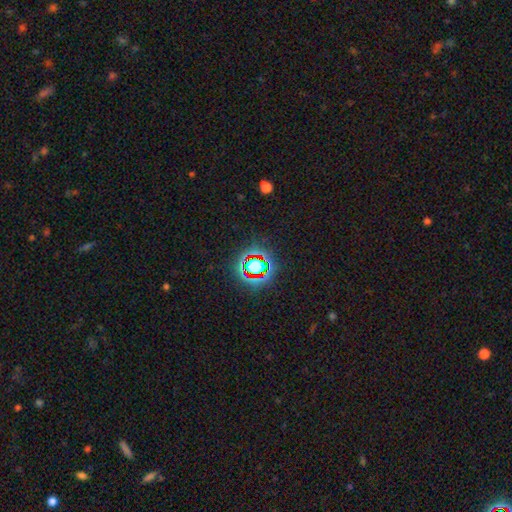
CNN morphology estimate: Smooth or featured?
  - star or artifact: 78% *
  - smooth: 14%
  - featured or disk: 9%